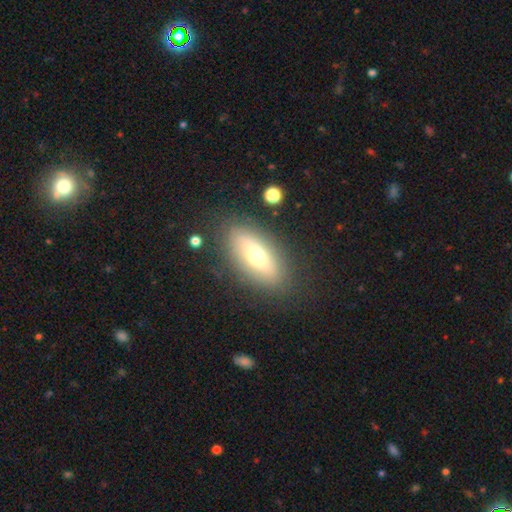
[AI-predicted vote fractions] The model was most divided on "smooth or featured": smooth: 58%, featured or disk: 34%, star or artifact: 8%. More confident: merging — none (84%); how rounded — in between (77%).